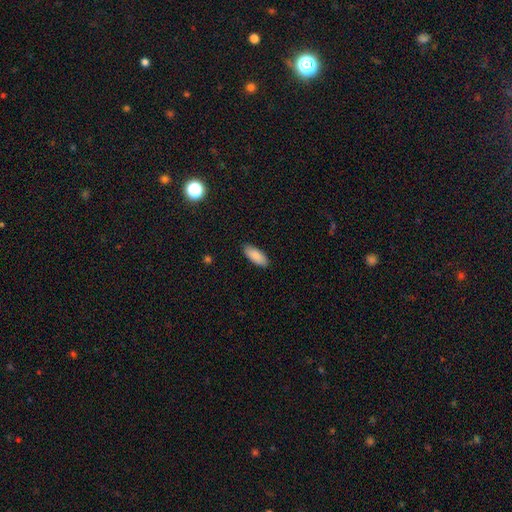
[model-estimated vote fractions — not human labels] Smooth or featured? Predicted: smooth (p=0.89). How rounded? Predicted: in between (p=0.81). Merging? Predicted: none (p=0.90).